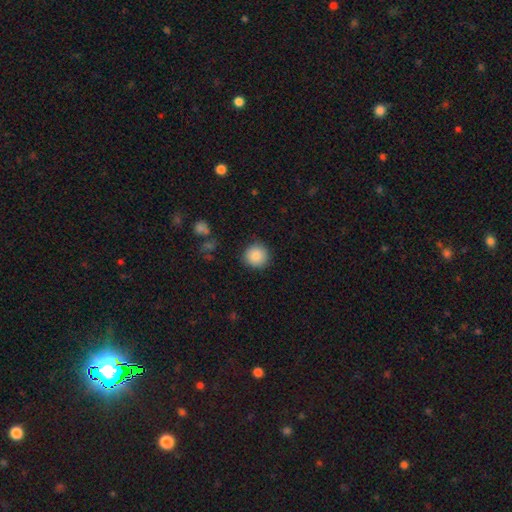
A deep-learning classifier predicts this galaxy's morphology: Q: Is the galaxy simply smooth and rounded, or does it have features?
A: smooth — 88%.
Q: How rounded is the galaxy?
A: round — 94%.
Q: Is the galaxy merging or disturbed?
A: none — 88%.